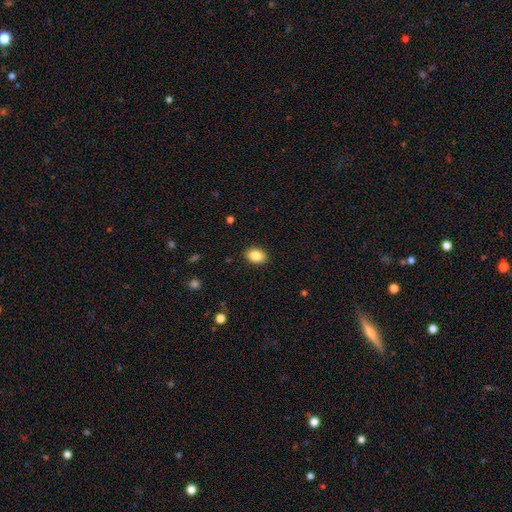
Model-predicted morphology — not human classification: smooth-or-featured: smooth: 87% | star or artifact: 8% | featured or disk: 5%
  how-rounded: in between: 77% | round: 22% | cigar-shaped: 1%
  merging: none: 89% | minor disturbance: 8% | major disturbance: 2% | merger: 1%